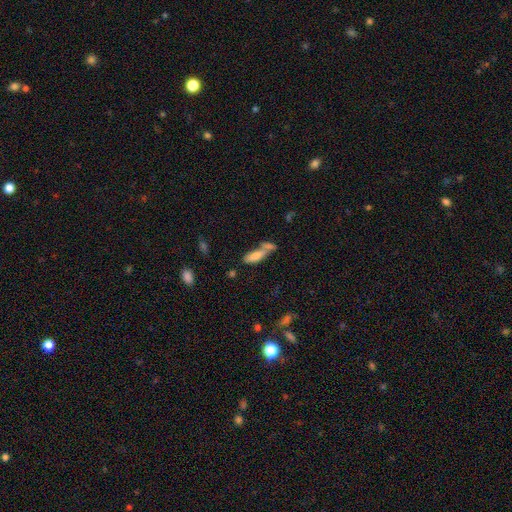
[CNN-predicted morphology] type=smooth (75%); roundness=in between (60%); merging=merger (54%).